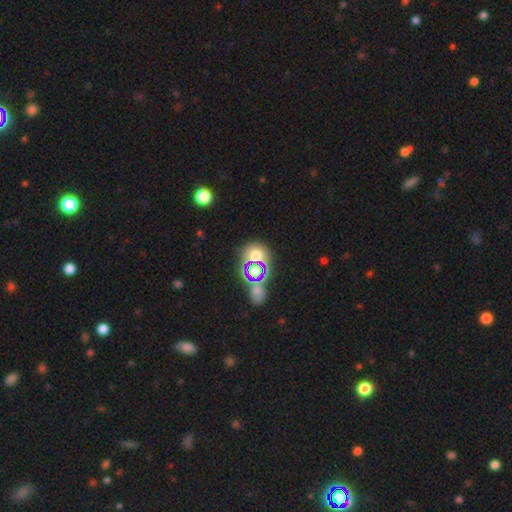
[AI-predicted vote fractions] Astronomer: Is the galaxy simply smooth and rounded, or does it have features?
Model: smooth — 52% (runner-up: star or artifact, 36%).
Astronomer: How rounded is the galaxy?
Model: round — 73%.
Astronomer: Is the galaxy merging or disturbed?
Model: none — 61%.